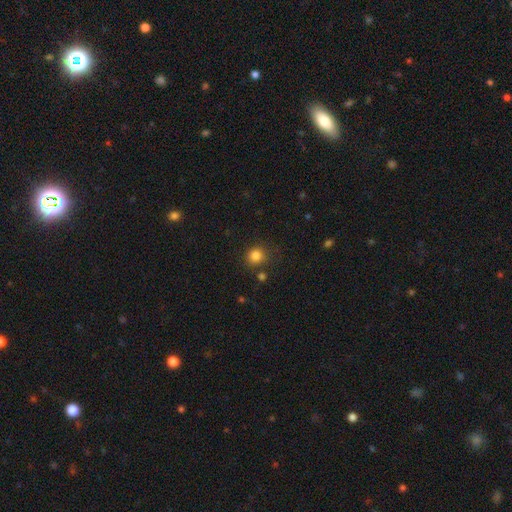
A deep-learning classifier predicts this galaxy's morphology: This is clearly a smooth galaxy (83%). How rounded: clearly round (86%). Merging: clearly none (82%).